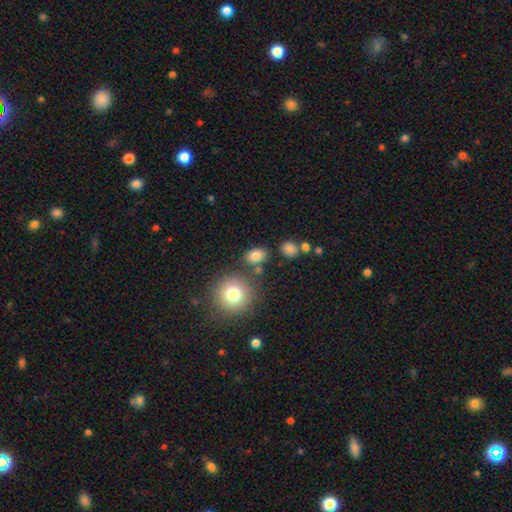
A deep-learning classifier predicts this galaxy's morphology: smooth 81%, star or artifact 12%, featured or disk 7%. Down the decision tree: how rounded — in between (70%); merging — none (78%).